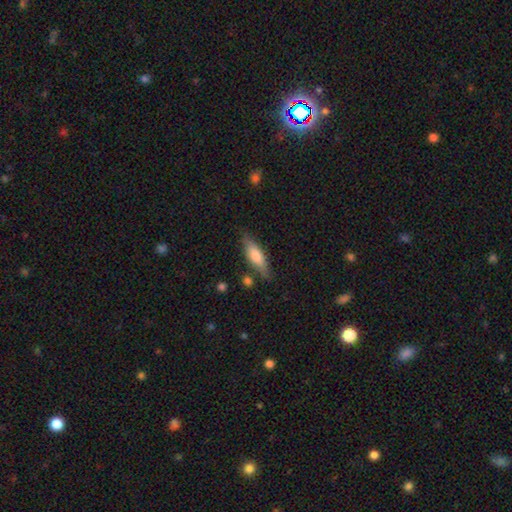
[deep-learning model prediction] This appears to be a smooth galaxy with no disk features (65%) that is cigar-shaped (53%). Merging: none (77%).